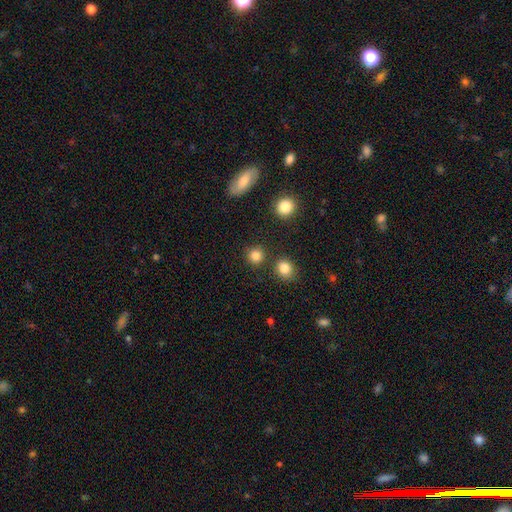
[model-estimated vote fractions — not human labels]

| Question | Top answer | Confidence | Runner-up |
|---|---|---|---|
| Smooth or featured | smooth | 84% | star or artifact (12%) |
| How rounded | round | 91% | in between (8%) |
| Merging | none | 85% | minor disturbance (6%) |